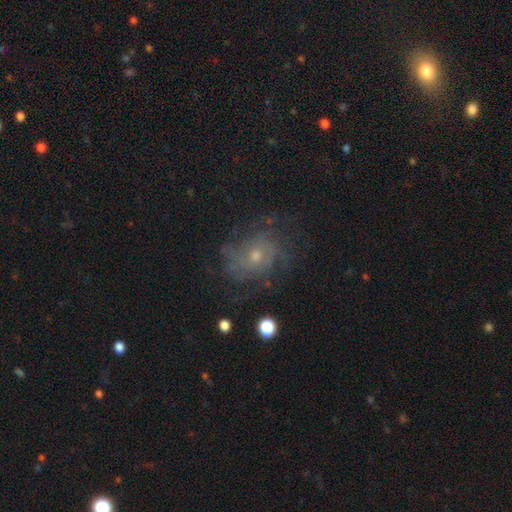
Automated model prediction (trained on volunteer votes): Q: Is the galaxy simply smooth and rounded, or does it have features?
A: featured or disk — 65%.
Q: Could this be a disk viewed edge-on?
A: no — 97%.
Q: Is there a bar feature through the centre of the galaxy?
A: no — 81%.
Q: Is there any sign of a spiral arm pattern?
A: yes — 79%.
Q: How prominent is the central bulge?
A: small — 55%.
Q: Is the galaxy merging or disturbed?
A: none — 66%.